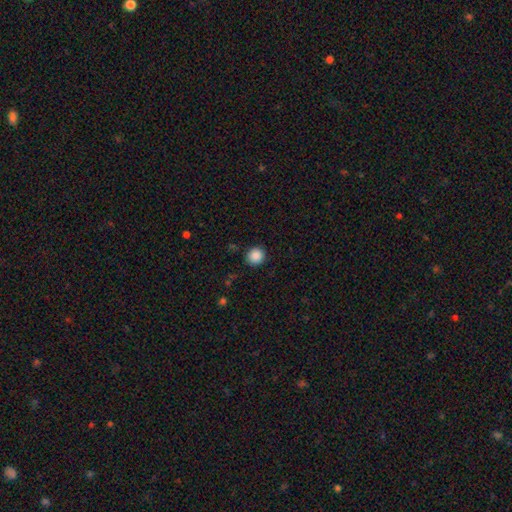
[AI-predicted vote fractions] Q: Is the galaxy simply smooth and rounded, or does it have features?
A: smooth — 88%.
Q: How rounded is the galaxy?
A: round — 92%.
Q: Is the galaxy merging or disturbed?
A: none — 89%.